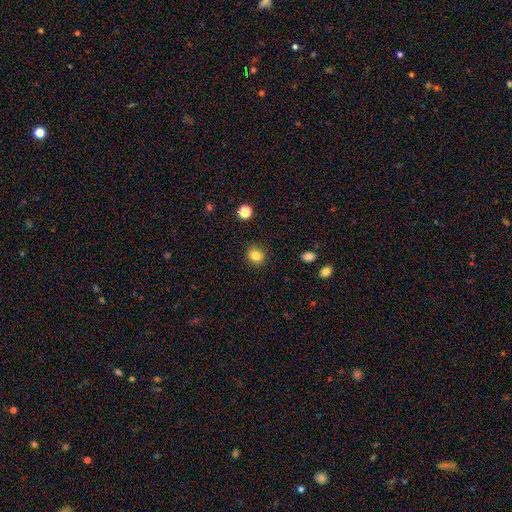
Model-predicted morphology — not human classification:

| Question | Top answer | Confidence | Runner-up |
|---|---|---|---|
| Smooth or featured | smooth | 84% | star or artifact (11%) |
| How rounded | round | 72% | in between (27%) |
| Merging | none | 88% | minor disturbance (8%) |